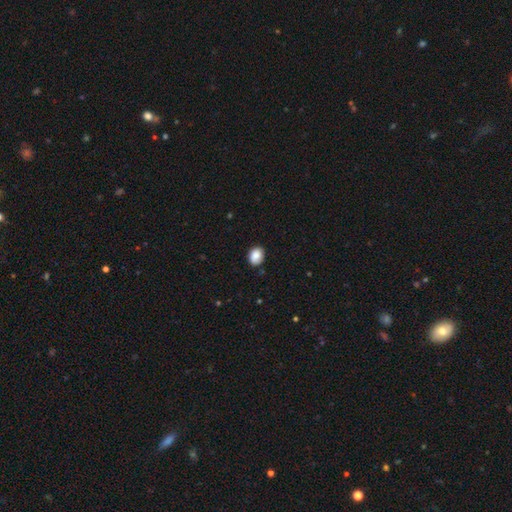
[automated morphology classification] Smooth or featured? Predicted: smooth (p=0.88). How rounded? Predicted: in between (p=0.56). Merging? Predicted: none (p=0.85).